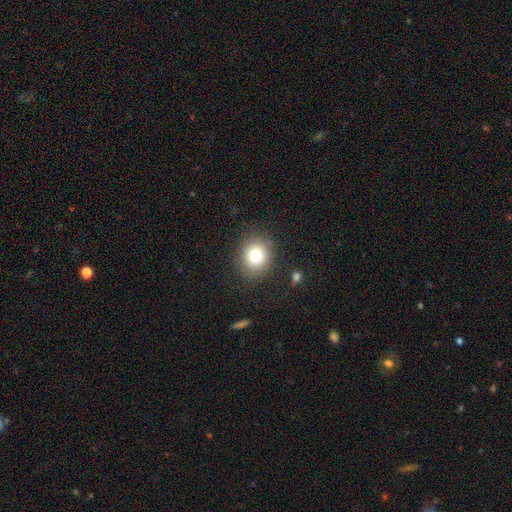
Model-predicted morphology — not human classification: smooth-or-featured: smooth: 79% | star or artifact: 12% | featured or disk: 10%
  how-rounded: round: 75% | in between: 24% | cigar-shaped: 1%
  merging: none: 86% | minor disturbance: 9% | major disturbance: 4% | merger: 2%